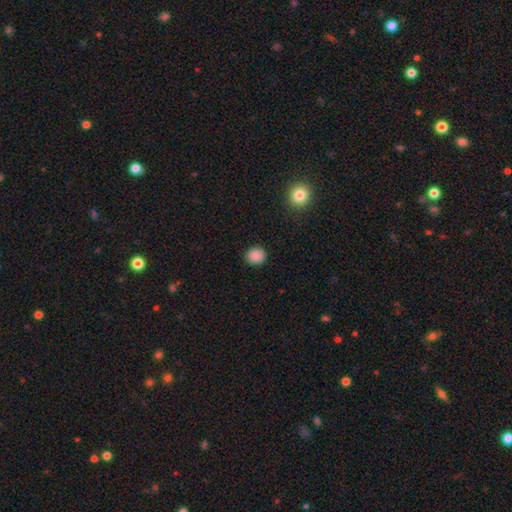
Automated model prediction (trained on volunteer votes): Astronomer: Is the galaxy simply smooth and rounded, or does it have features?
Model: smooth — 88%.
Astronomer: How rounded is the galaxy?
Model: round — 86%.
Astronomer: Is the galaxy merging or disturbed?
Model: none — 90%.